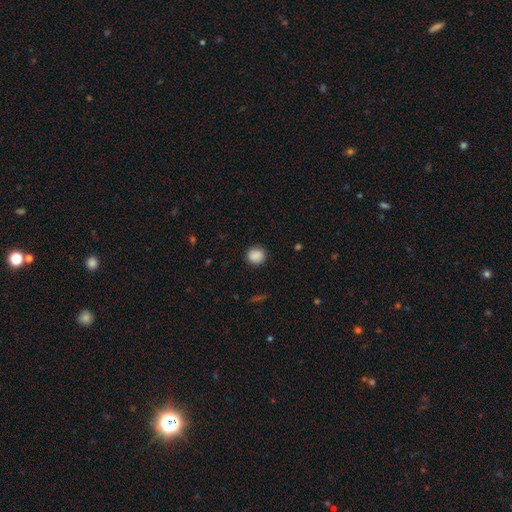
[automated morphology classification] Smooth or featured? smooth (88%)
How rounded? round (85%)
Merging? none (87%)